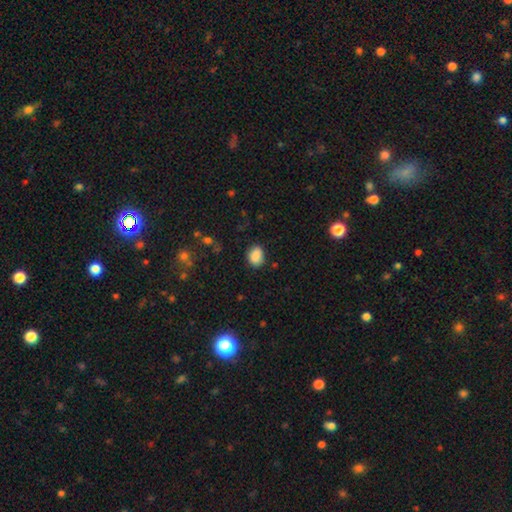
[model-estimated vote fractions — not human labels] smooth-or-featured: smooth: 87% | star or artifact: 9% | featured or disk: 4%
  how-rounded: in between: 64% | round: 35% | cigar-shaped: 1%
  merging: none: 83% | minor disturbance: 13% | major disturbance: 3% | merger: 2%